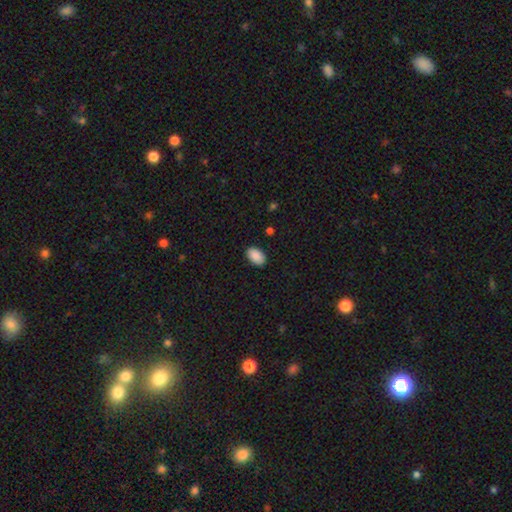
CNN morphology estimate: A smooth galaxy with no disk features (90%) that is in between round and cigar-shaped (91%).

Vote fractions:
- Smooth or featured? smooth: 90% / star or artifact: 7% / featured or disk: 3%
- How rounded? in between: 91% / round: 7% / cigar-shaped: 1%
- Merging? none: 88% / minor disturbance: 9% / major disturbance: 2% / merger: 1%